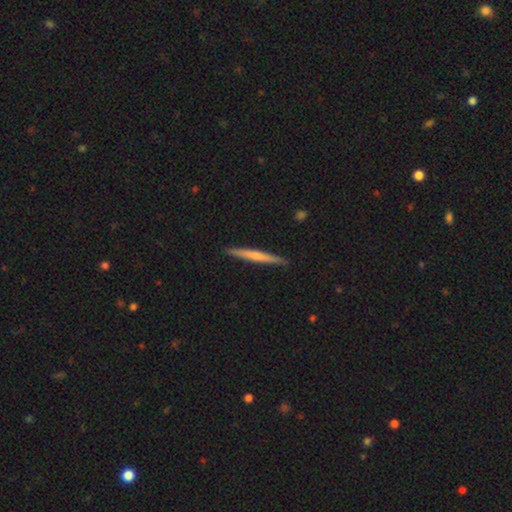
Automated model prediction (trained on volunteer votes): Q: Smooth or featured?
A: smooth (54%); runner-up: featured or disk (41%)
Q: How rounded?
A: cigar-shaped (97%); runner-up: in between (2%)
Q: Merging?
A: none (91%); runner-up: minor disturbance (7%)